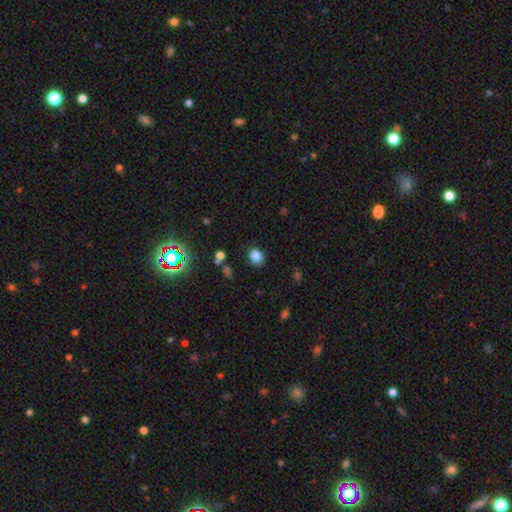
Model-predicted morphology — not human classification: smooth-or-featured: smooth: 82% | star or artifact: 13% | featured or disk: 5%
  how-rounded: round: 58% | in between: 41% | cigar-shaped: 1%
  merging: none: 82% | minor disturbance: 12% | major disturbance: 3% | merger: 3%